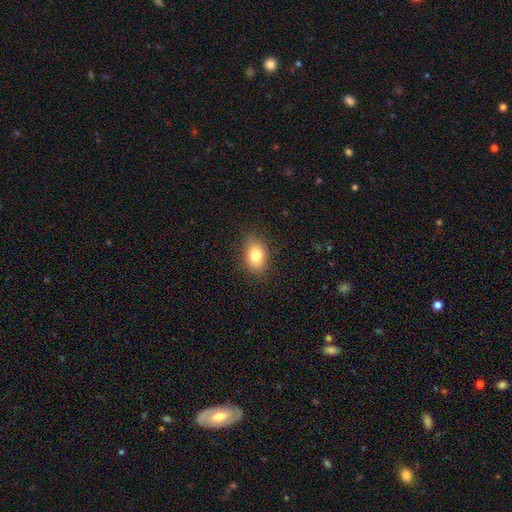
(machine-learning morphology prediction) Smooth or featured?
  - smooth: 80% *
  - featured or disk: 10%
  - star or artifact: 10%
How rounded?
  - in between: 73% *
  - round: 26%
  - cigar-shaped: 2%
Merging?
  - none: 84% *
  - minor disturbance: 12%
  - major disturbance: 3%
  - merger: 1%